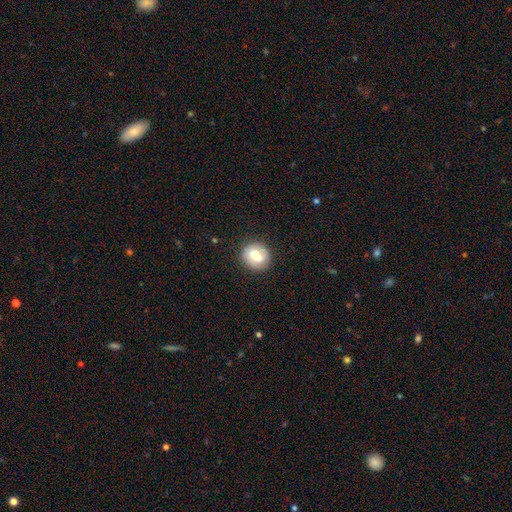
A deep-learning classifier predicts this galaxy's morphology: Smooth or featured? smooth (60%)
How rounded? round (72%)
Merging? none (85%)